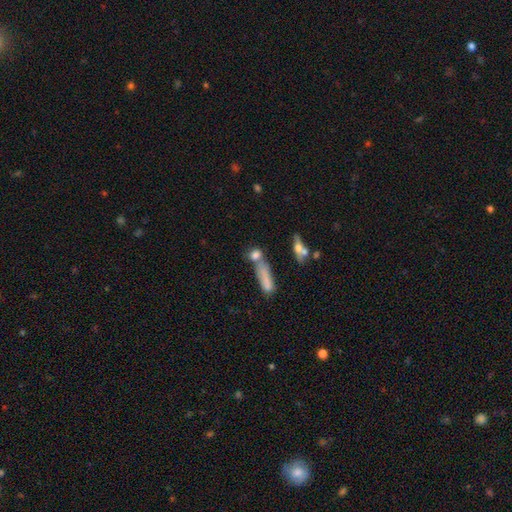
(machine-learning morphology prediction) type=smooth (74%); roundness=in between (36%); merging=none (43%).